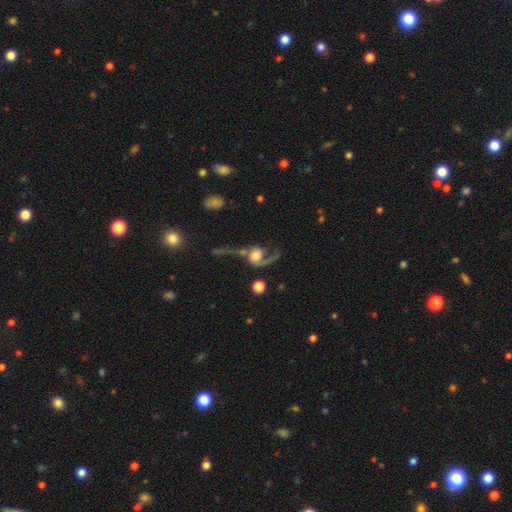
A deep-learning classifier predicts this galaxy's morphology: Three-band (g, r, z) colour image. It shows a featured or disk galaxy (71%) with no bar (69%), 2 (51%) loose (76%) spiral arms (89%) and a moderate central bulge (39%). Merging: major disturbance (40%).